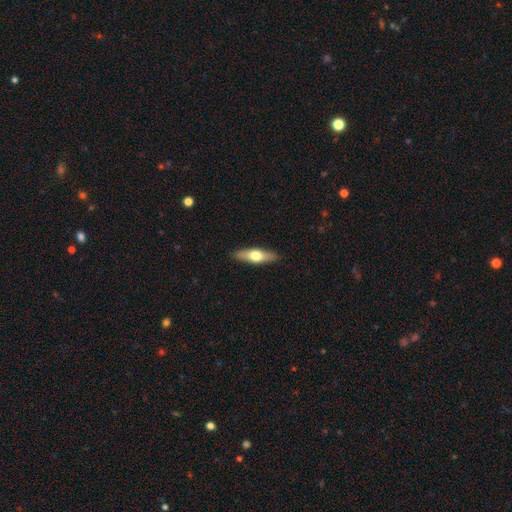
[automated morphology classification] A smooth galaxy with no disk features (54%) that is cigar-shaped (57%).

Vote fractions:
- Smooth or featured? smooth: 54% / featured or disk: 41% / star or artifact: 5%
- How rounded? cigar-shaped: 57% / in between: 40% / round: 3%
- Merging? none: 89% / minor disturbance: 8% / major disturbance: 2% / merger: 1%